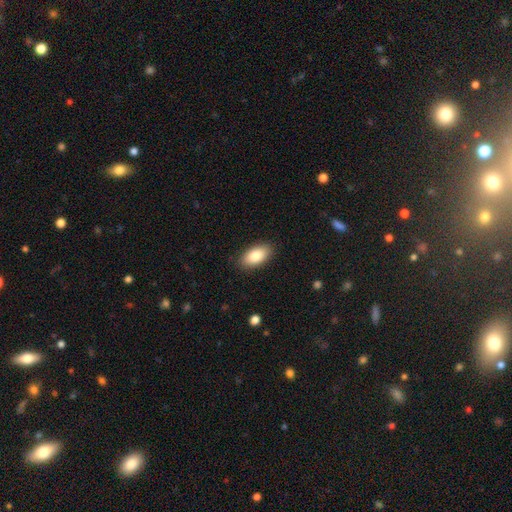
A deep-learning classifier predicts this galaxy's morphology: Q: Smooth or featured?
A: smooth (85%); runner-up: featured or disk (9%)
Q: How rounded?
A: in between (94%); runner-up: round (3%)
Q: Merging?
A: none (88%); runner-up: minor disturbance (9%)